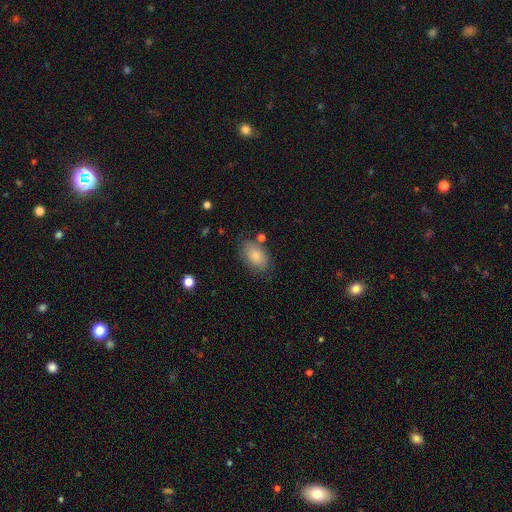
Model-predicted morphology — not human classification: type=smooth (82%); roundness=in between (87%); merging=none (74%).